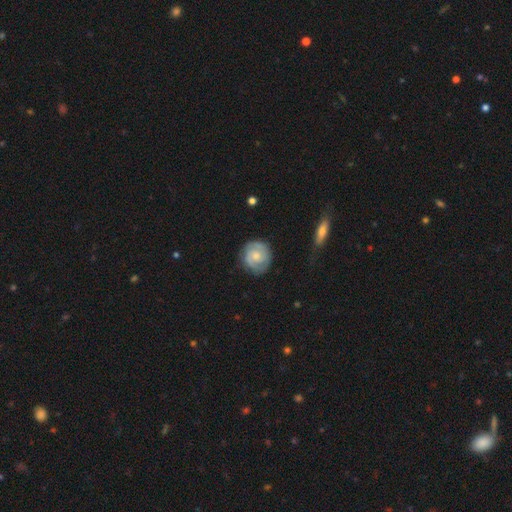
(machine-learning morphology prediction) smooth-or-featured: featured or disk: 66% | smooth: 28% | star or artifact: 6%
  disk-edge-on: no: 98% | yes: 2%
    bar: no: 64% | weak: 32% | strong: 5%
    has-spiral-arms: yes: 89% | no: 11%
      spiral-winding: tight: 57% | medium: 34% | loose: 10%
      spiral-arm-count: 2: 69% | can't tell: 16% | 3: 7% | 1: 4% | 4: 2% | more than 4: 2%
    bulge-size: moderate: 47% | small: 41% | none: 6% | large: 4% | dominant: 1%
  merging: none: 79% | minor disturbance: 15% | major disturbance: 5% | merger: 1%